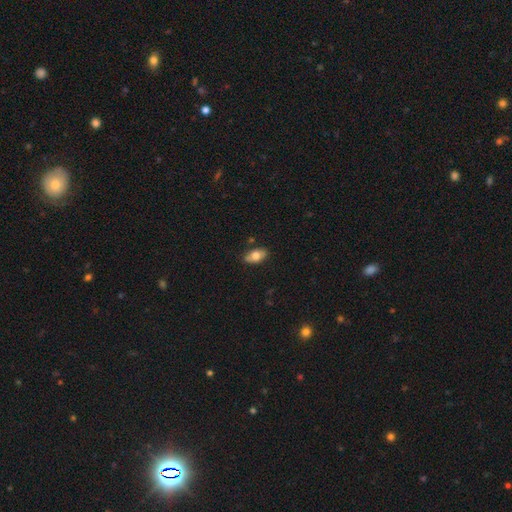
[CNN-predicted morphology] This appears to be a smooth galaxy with no disk features (70%) that is in between round and cigar-shaped (89%). Merging: none (82%).